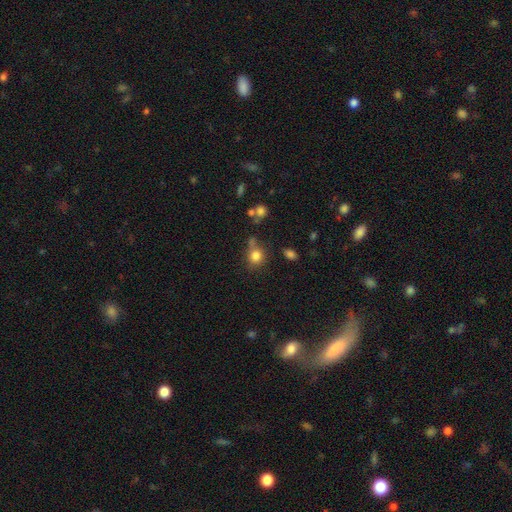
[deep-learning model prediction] Q: Smooth or featured?
A: smooth (81%); runner-up: star or artifact (12%)
Q: How rounded?
A: round (77%); runner-up: in between (22%)
Q: Merging?
A: none (64%); runner-up: minor disturbance (17%)